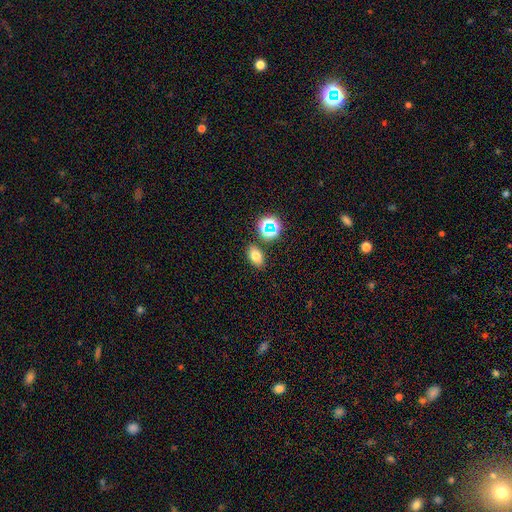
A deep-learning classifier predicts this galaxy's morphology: This appears to be a smooth galaxy with no disk features (74%) that is in between round and cigar-shaped (81%). Merging: none (81%).